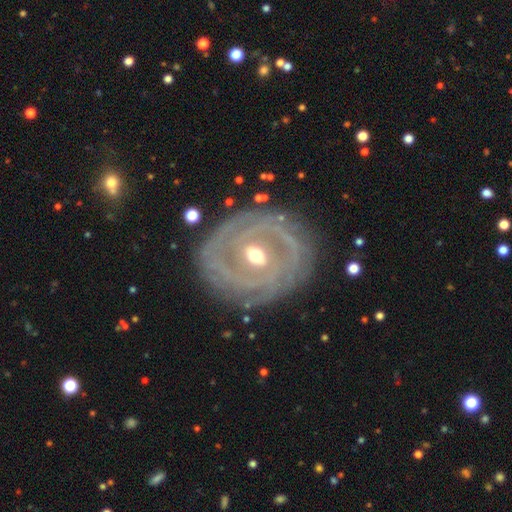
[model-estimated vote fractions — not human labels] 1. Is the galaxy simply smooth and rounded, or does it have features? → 88% featured or disk, 7% smooth, 5% star or artifact.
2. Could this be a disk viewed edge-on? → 96% no, 4% yes.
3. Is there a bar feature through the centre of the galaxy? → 47% weak, 29% strong, 25% no.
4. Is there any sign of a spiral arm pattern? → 91% yes, 9% no.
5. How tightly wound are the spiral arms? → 73% tight, 20% medium, 7% loose.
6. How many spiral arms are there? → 32% 2, 28% can't tell, 15% 3, 9% 4, 8% more than 4, 7% 1.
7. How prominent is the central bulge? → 63% moderate, 31% small, 4% large, 1% none, 1% dominant.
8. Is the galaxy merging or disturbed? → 79% none, 14% minor disturbance, 5% major disturbance, 2% merger.